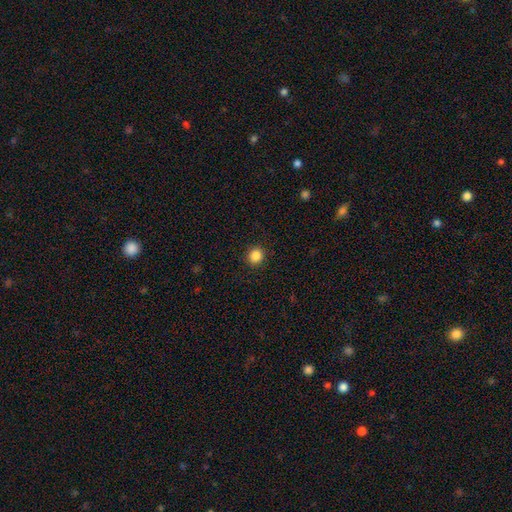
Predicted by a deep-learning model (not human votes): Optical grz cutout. It shows a smooth galaxy with no disk features (86%) that is round (90%). Merging: none (92%).